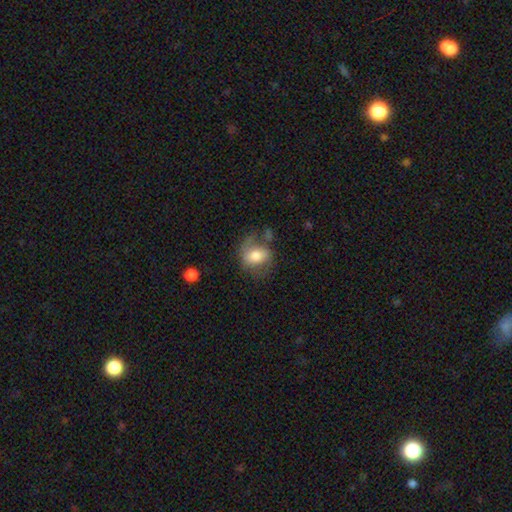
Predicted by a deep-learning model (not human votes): smooth-or-featured: smooth: 62% | featured or disk: 30% | star or artifact: 8%
  how-rounded: in between: 61% | round: 38% | cigar-shaped: 2%
  merging: none: 47% | minor disturbance: 26% | major disturbance: 20% | merger: 6%